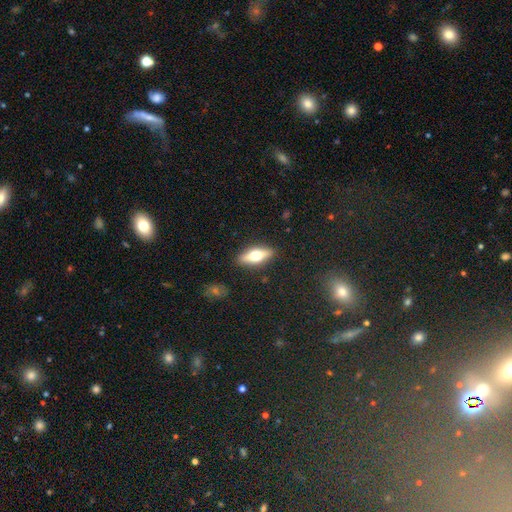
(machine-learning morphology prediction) The model was most divided on "smooth or featured": featured or disk: 47%, smooth: 46%, star or artifact: 7%. More confident: merging — none (88%).